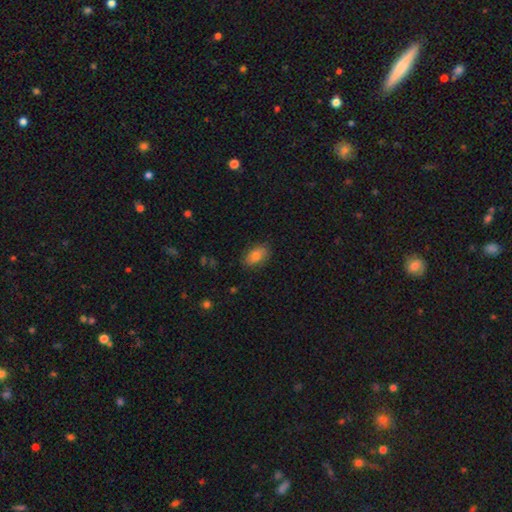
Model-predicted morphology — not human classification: A smooth galaxy with no disk features (77%) that is in between round and cigar-shaped (91%).

Vote fractions:
- Smooth or featured? smooth: 77% / featured or disk: 15% / star or artifact: 8%
- How rounded? in between: 91% / round: 6% / cigar-shaped: 3%
- Merging? none: 82% / minor disturbance: 14% / major disturbance: 3% / merger: 1%